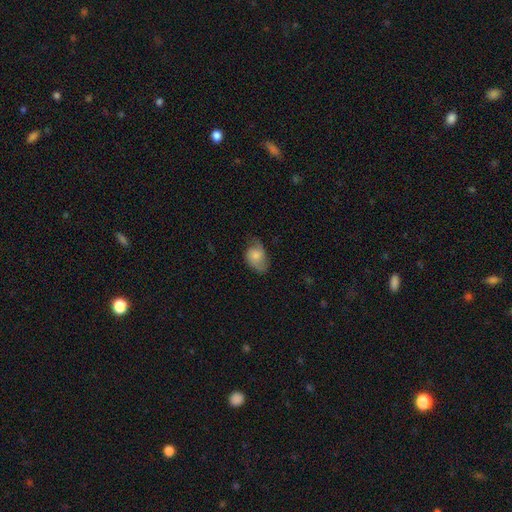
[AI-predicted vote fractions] Q: Smooth or featured?
A: smooth (63%); runner-up: featured or disk (30%)
Q: How rounded?
A: in between (79%); runner-up: round (20%)
Q: Merging?
A: none (52%); runner-up: minor disturbance (33%)